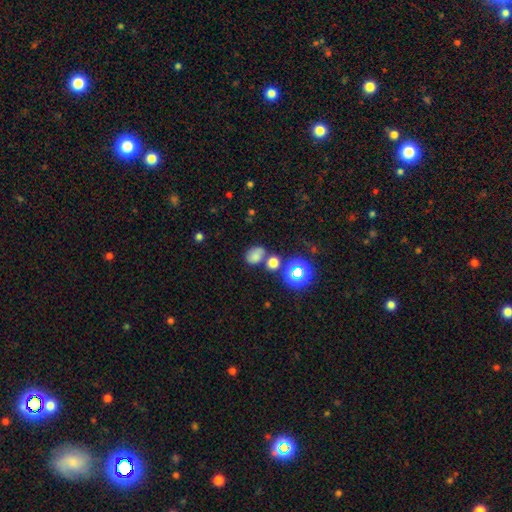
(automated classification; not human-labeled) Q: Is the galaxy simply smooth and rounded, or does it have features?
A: smooth — 67%.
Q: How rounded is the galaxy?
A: in between — 57%.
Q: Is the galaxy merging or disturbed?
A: none — 49%.